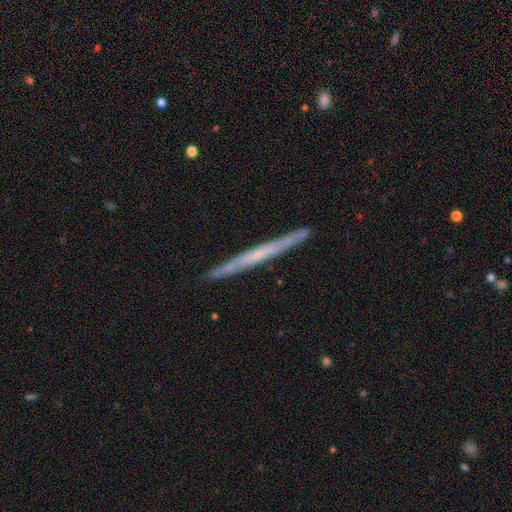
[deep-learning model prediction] featured or disk 63%, smooth 30%, star or artifact 7%. Down the decision tree: edge-on disk — yes (97%); edge-on bulge — none (73%); merging — none (91%).